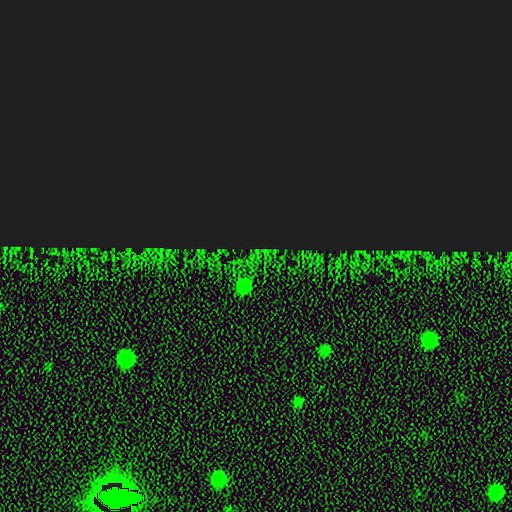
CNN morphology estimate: Smooth or featured?
  - star or artifact: 83% *
  - smooth: 9%
  - featured or disk: 8%